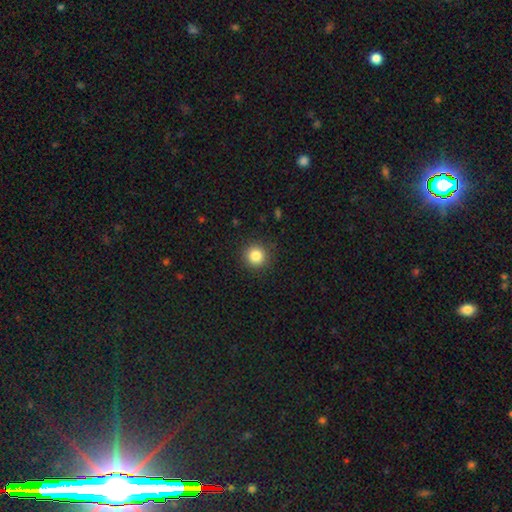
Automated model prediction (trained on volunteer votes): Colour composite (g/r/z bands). It shows a smooth galaxy with no disk features (85%) that is round (94%). Merging: none (91%).